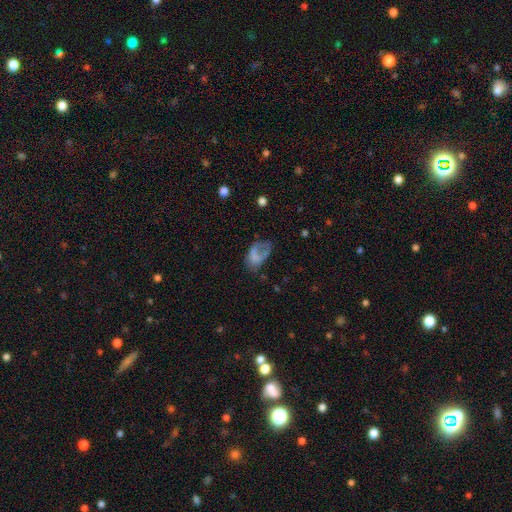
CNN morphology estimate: type=smooth (58%); roundness=in between (87%); merging=major disturbance (41%).